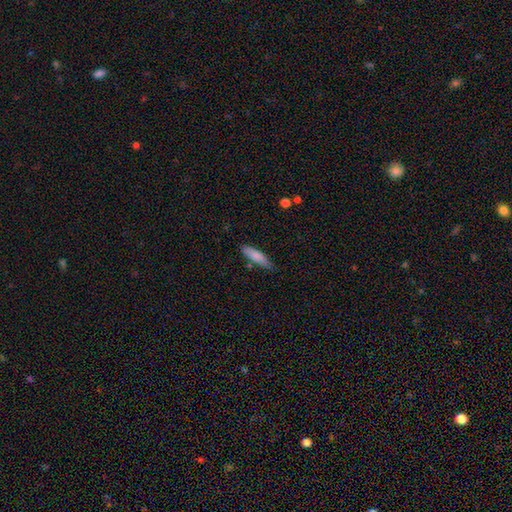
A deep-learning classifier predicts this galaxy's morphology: A smooth galaxy with no disk features (81%) that is cigar-shaped (69%).

Vote fractions:
- Smooth or featured? smooth: 81% / featured or disk: 13% / star or artifact: 6%
- How rounded? cigar-shaped: 69% / in between: 30% / round: 2%
- Merging? none: 74% / minor disturbance: 19% / merger: 3% / major disturbance: 3%